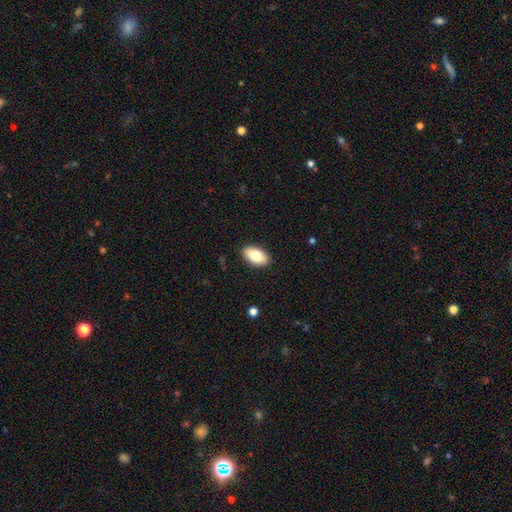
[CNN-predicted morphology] smooth_or_featured: smooth (p=0.79) [alt: featured or disk p=0.15]
how_rounded: in between (p=0.94) [alt: round p=0.04]
merging: none (p=0.89) [alt: minor disturbance p=0.08]